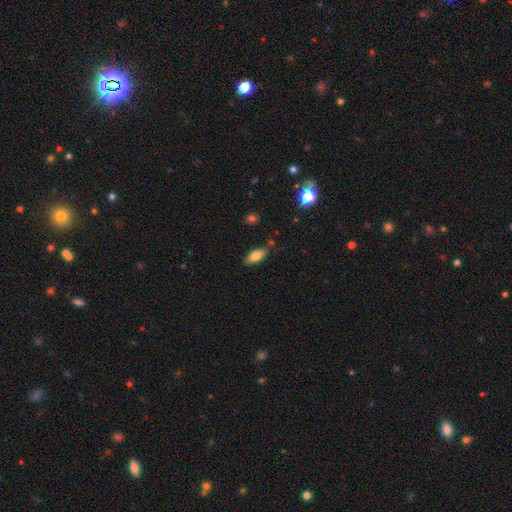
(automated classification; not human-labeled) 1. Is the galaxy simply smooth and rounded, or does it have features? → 79% smooth, 14% featured or disk, 7% star or artifact.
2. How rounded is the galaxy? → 76% in between, 21% cigar-shaped, 2% round.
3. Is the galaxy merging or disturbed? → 80% none, 14% minor disturbance, 3% merger, 3% major disturbance.